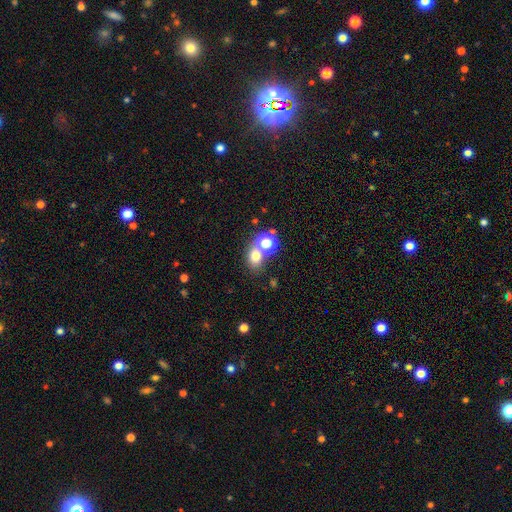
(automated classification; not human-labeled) This is likely a smooth galaxy (70%). How rounded: likely round (60%). Merging: possibly none (56%).